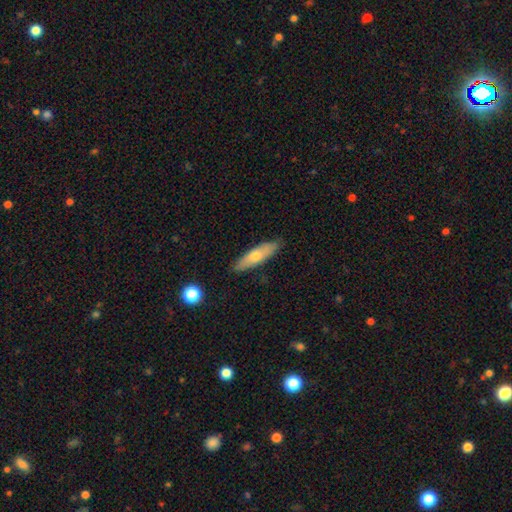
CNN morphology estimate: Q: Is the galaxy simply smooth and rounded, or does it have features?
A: smooth — 59%.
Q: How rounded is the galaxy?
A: cigar-shaped — 67%.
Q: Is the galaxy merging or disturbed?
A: none — 86%.